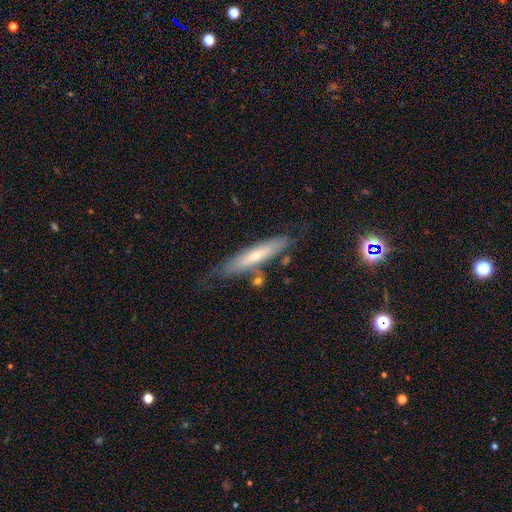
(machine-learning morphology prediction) Smooth or featured? featured or disk (48%)
Merging? none (69%)